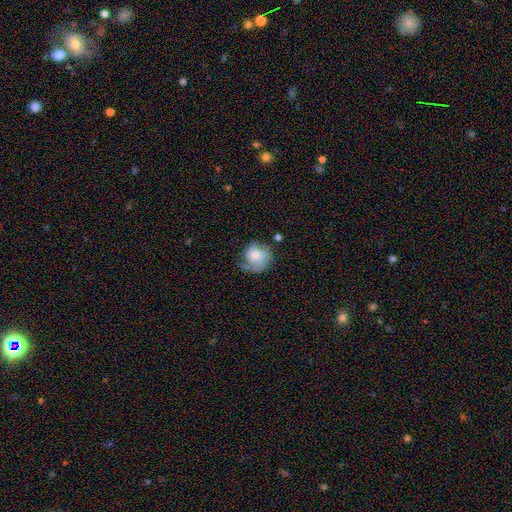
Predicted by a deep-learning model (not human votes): Smooth or featured?
  - smooth: 50% *
  - featured or disk: 42%
  - star or artifact: 8%
How rounded?
  - round: 79% *
  - in between: 20%
  - cigar-shaped: 1%
Merging?
  - none: 46% *
  - minor disturbance: 29%
  - major disturbance: 21%
  - merger: 4%